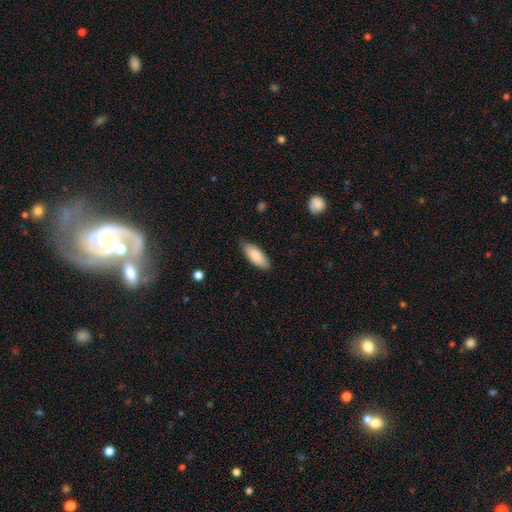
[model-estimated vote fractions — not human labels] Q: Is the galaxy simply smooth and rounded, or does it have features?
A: smooth — 86%.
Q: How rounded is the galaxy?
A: in between — 77%.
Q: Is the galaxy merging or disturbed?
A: none — 78%.